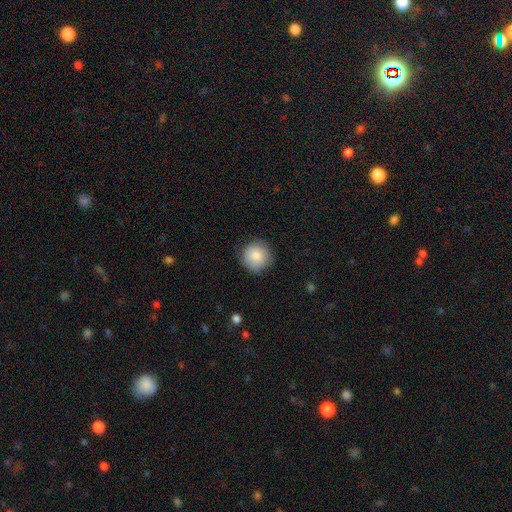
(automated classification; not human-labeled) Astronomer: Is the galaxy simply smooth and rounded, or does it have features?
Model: smooth — 85%.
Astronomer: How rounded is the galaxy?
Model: round — 94%.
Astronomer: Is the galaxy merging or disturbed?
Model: none — 85%.